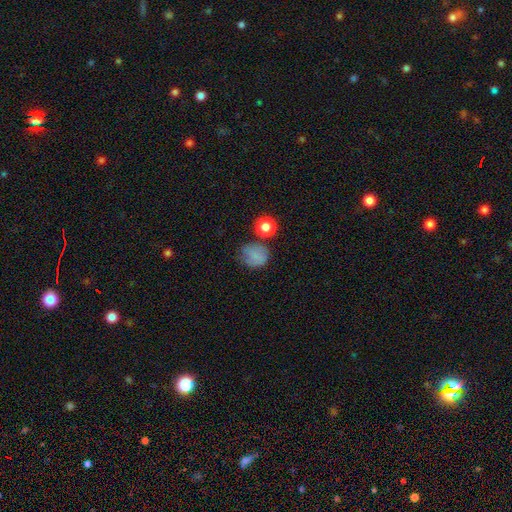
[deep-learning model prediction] Smooth or featured? Predicted: smooth (p=0.77). How rounded? Predicted: round (p=0.74). Merging? Predicted: none (p=0.60).